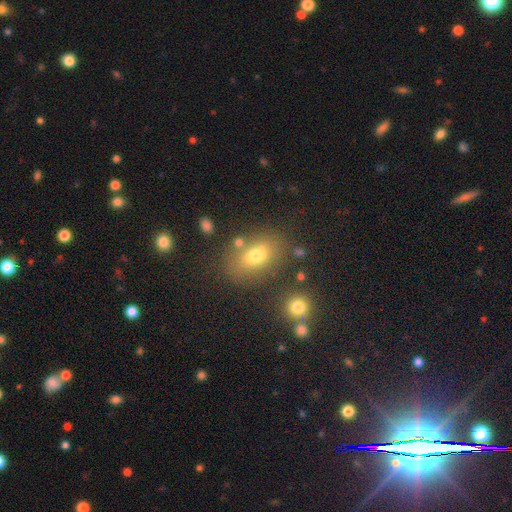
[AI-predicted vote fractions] Smooth or featured?
  - smooth: 69% *
  - featured or disk: 16%
  - star or artifact: 15%
How rounded?
  - in between: 81% *
  - round: 15%
  - cigar-shaped: 4%
Merging?
  - none: 75% *
  - minor disturbance: 13%
  - merger: 8%
  - major disturbance: 5%